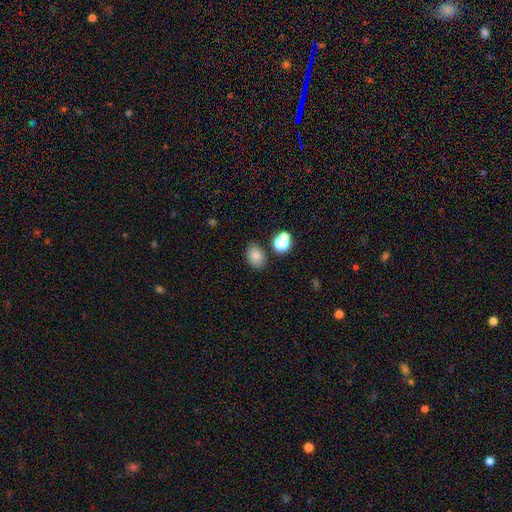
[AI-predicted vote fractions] Smooth or featured? smooth (82%)
How rounded? in between (78%)
Merging? none (78%)